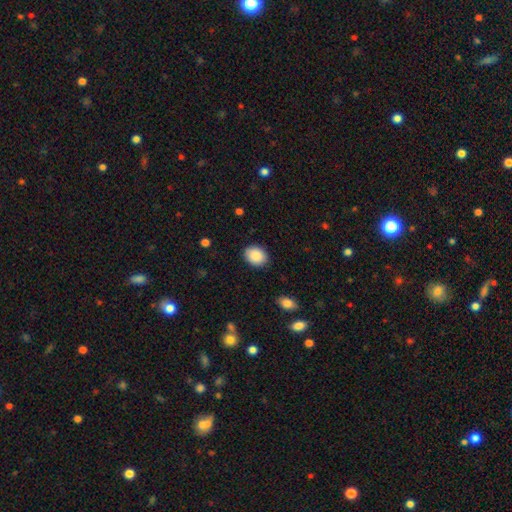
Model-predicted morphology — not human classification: Q: Smooth or featured?
A: smooth (89%); runner-up: star or artifact (7%)
Q: How rounded?
A: in between (60%); runner-up: round (39%)
Q: Merging?
A: none (87%); runner-up: minor disturbance (9%)